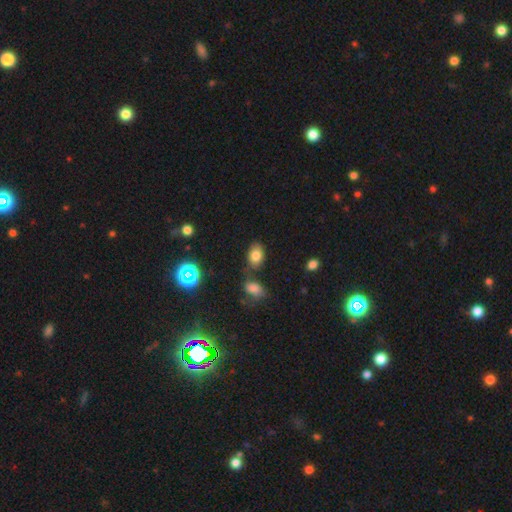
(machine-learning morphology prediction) type=smooth (78%); roundness=in between (84%); merging=none (70%).